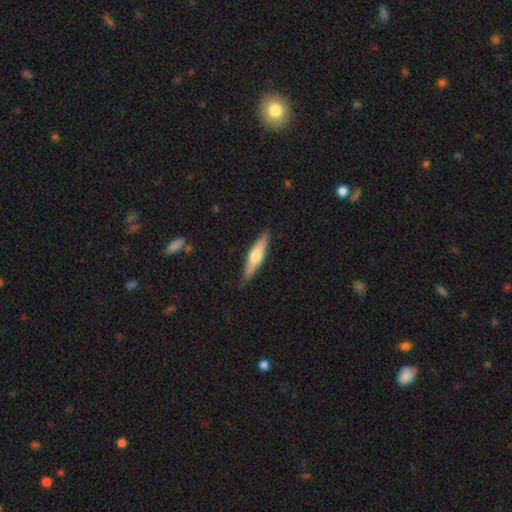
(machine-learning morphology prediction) Smooth or featured? Predicted: featured or disk (p=0.48). Merging? Predicted: none (p=0.85).